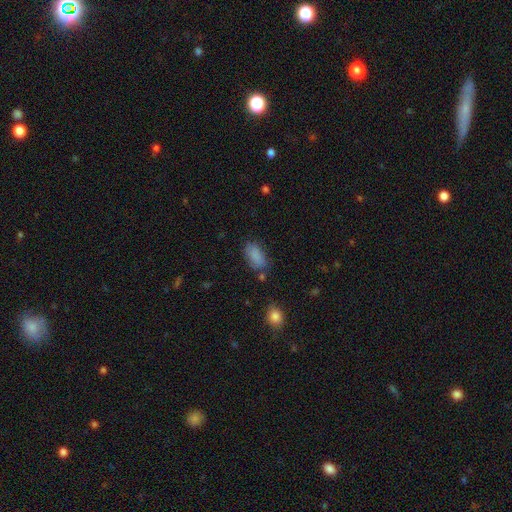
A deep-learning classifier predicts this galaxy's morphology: This appears to be a smooth galaxy with no disk features (86%) that is in between round and cigar-shaped (92%). Merging: none (72%).